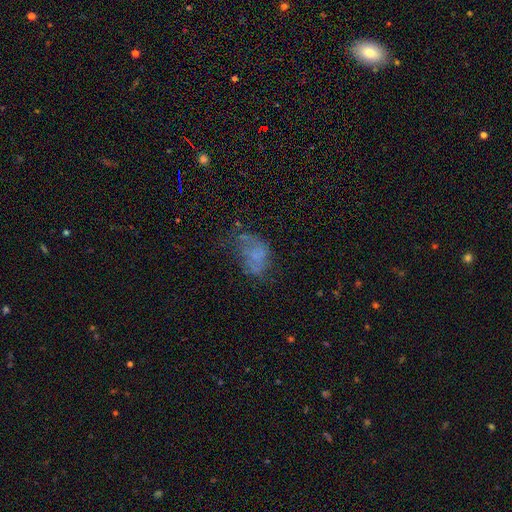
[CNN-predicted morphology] This is marginally a smooth galaxy (44%). Merging: marginally none (35%).